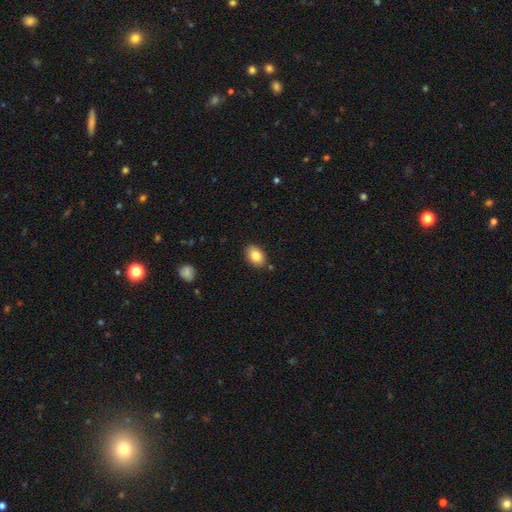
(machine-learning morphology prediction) Q: Smooth or featured?
A: smooth (84%); runner-up: featured or disk (8%)
Q: How rounded?
A: in between (81%); runner-up: round (18%)
Q: Merging?
A: none (85%); runner-up: minor disturbance (11%)